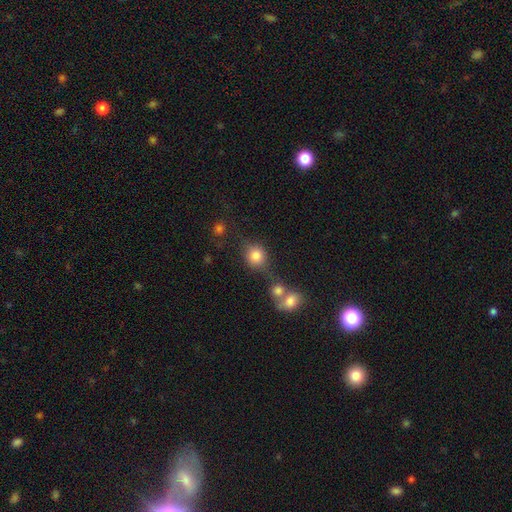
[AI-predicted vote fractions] Q: Smooth or featured?
A: smooth (82%); runner-up: star or artifact (11%)
Q: How rounded?
A: round (81%); runner-up: in between (18%)
Q: Merging?
A: none (61%); runner-up: merger (18%)